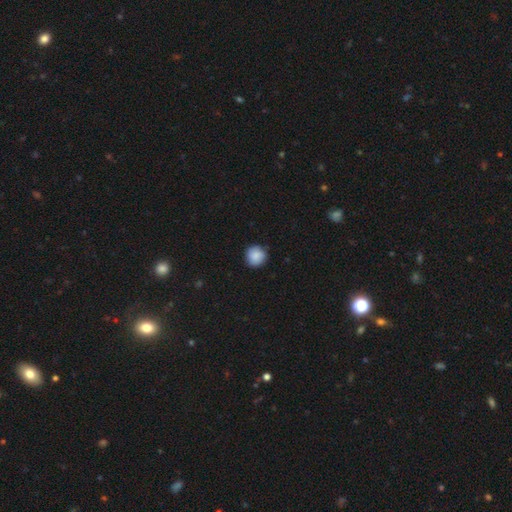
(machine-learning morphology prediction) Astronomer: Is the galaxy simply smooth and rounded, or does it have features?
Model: smooth — 88%.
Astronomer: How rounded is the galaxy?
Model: round — 93%.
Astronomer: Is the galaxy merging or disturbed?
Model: none — 87%.